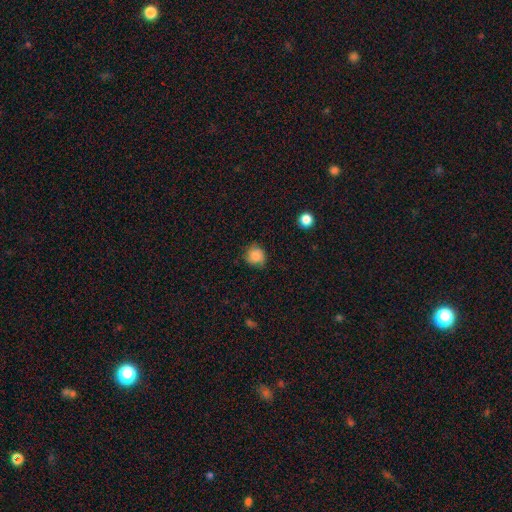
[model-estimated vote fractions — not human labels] The model was most divided on "merging": none: 74%, minor disturbance: 21%, major disturbance: 4%, merger: 1%. More confident: how rounded — round (87%); smooth or featured — smooth (84%).